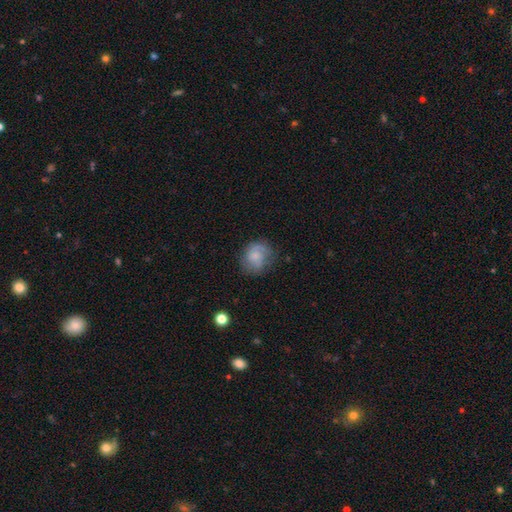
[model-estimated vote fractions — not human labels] Smooth or featured? smooth (61%)
How rounded? round (69%)
Merging? none (62%)